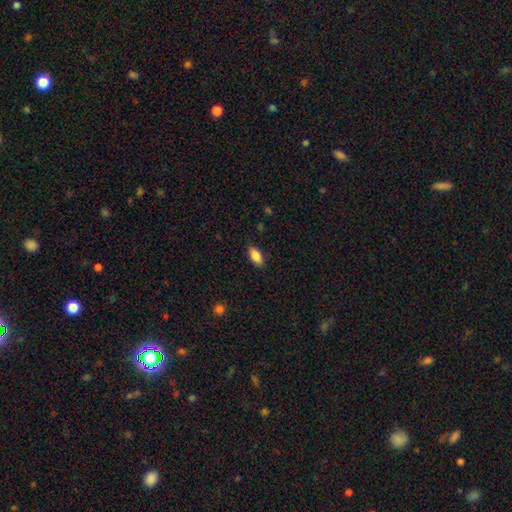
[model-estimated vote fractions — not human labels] smooth-or-featured: smooth: 85% | featured or disk: 7% | star or artifact: 7%
  how-rounded: in between: 88% | cigar-shaped: 9% | round: 3%
  merging: none: 87% | minor disturbance: 10% | major disturbance: 2% | merger: 1%